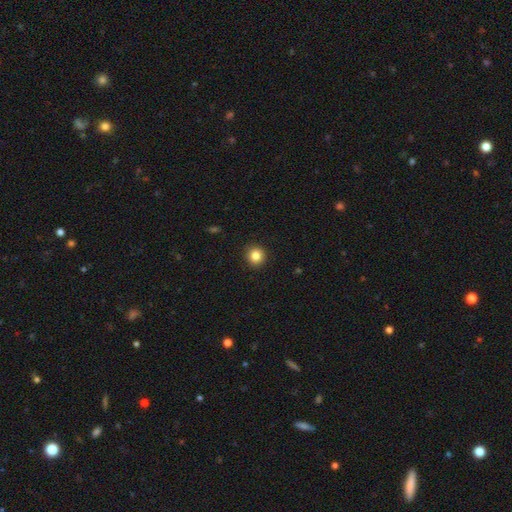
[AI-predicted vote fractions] Smooth or featured?
  - smooth: 85% *
  - star or artifact: 10%
  - featured or disk: 5%
How rounded?
  - round: 91% *
  - in between: 8%
  - cigar-shaped: 1%
Merging?
  - none: 92% *
  - minor disturbance: 5%
  - major disturbance: 2%
  - merger: 1%